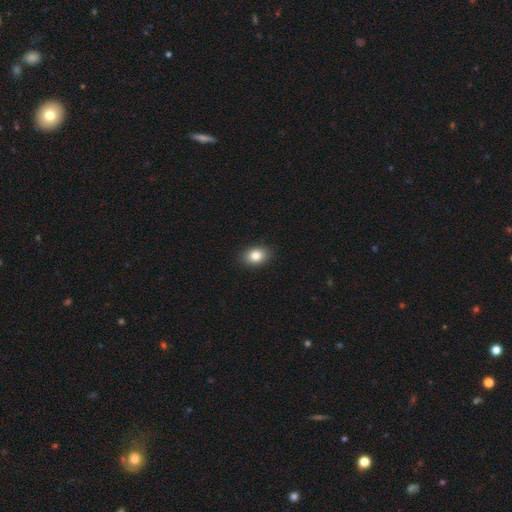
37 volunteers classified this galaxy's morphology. Smooth or featured?
  - smooth: 92% *
  - featured or disk: 5%
  - star or artifact: 3%
How rounded?
  - in between: 74% *
  - round: 26%
  - cigar-shaped: 0%
Merging?
  - none: 97% *
  - minor disturbance: 3%
  - major disturbance: 0%
  - merger: 0%